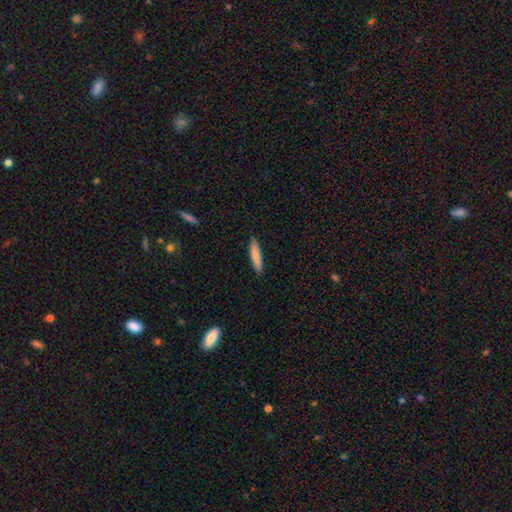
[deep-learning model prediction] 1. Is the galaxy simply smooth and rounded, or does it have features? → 81% smooth, 14% featured or disk, 5% star or artifact.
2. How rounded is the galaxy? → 88% cigar-shaped, 11% in between, 1% round.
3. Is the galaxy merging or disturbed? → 89% none, 8% minor disturbance, 2% major disturbance, 1% merger.